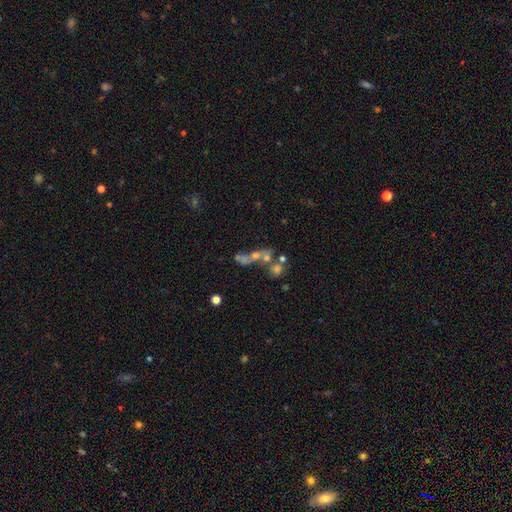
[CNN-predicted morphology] smooth-or-featured: featured or disk: 38% | smooth: 31% | star or artifact: 31%
  merging: merger: 44% | none: 35% | major disturbance: 12% | minor disturbance: 9%